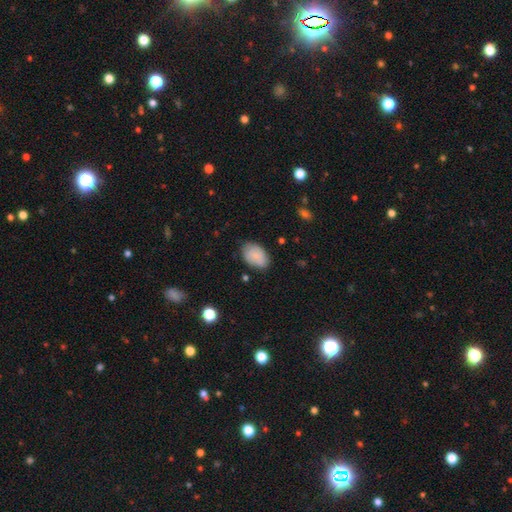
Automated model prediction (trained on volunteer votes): Overall: smooth (83%). How rounded: in between (89%). Merging: none (76%).